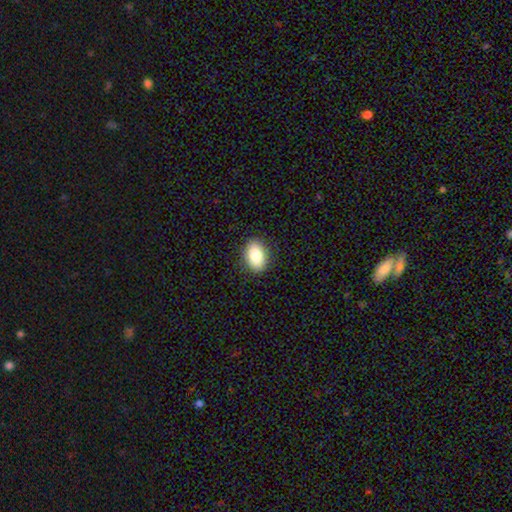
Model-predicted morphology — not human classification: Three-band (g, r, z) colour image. It shows a smooth galaxy with no disk features (85%) that is in between round and cigar-shaped (86%). Merging: none (88%).